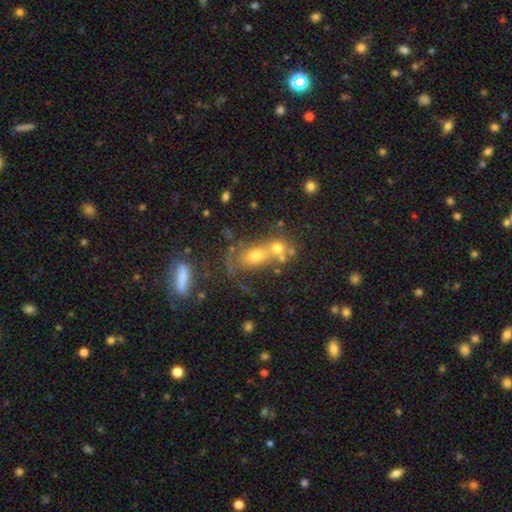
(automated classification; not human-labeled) Smooth or featured? smooth (56%)
How rounded? in between (65%)
Merging? merger (45%)